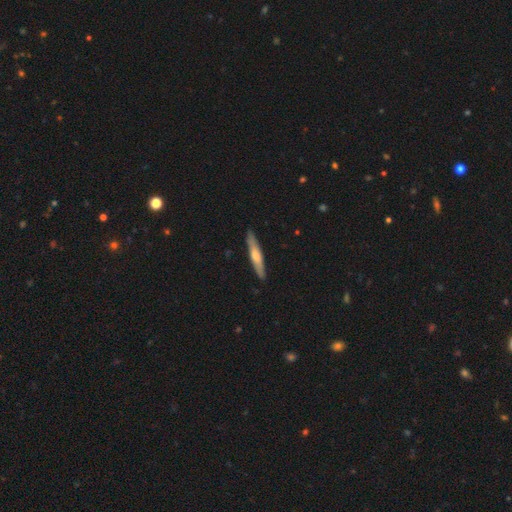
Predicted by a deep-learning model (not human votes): Smooth or featured? Predicted: smooth (p=0.49). Merging? Predicted: none (p=0.90).